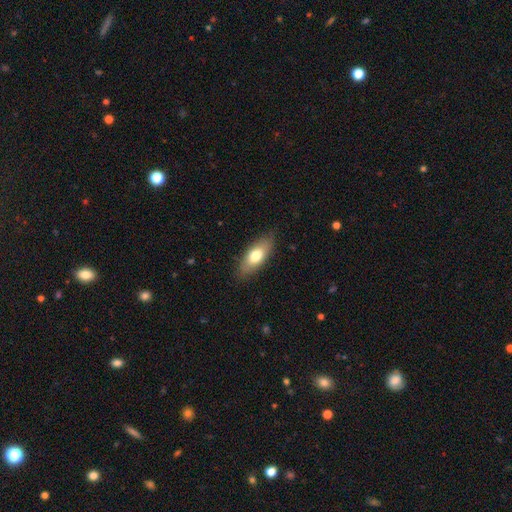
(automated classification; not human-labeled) smooth 71%, featured or disk 23%, star or artifact 6%. Down the decision tree: how rounded — in between (79%); merging — none (84%).